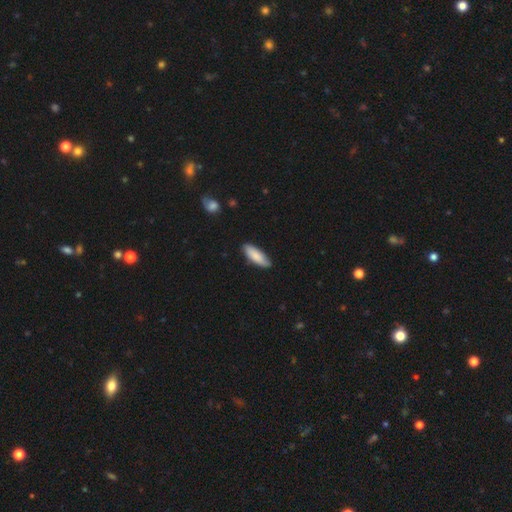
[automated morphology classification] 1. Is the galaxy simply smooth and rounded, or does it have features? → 85% smooth, 10% featured or disk, 5% star or artifact.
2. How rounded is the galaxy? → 58% in between, 40% cigar-shaped, 2% round.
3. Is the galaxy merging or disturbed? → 84% none, 13% minor disturbance, 2% major disturbance, 1% merger.